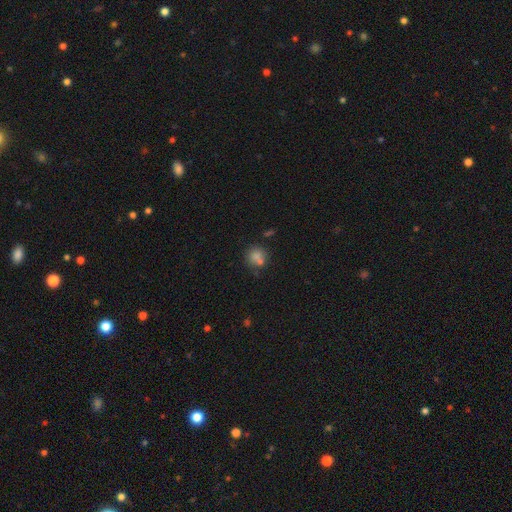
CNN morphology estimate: This is likely a smooth galaxy (74%). How rounded: clearly round (84%). Merging: likely none (62%).